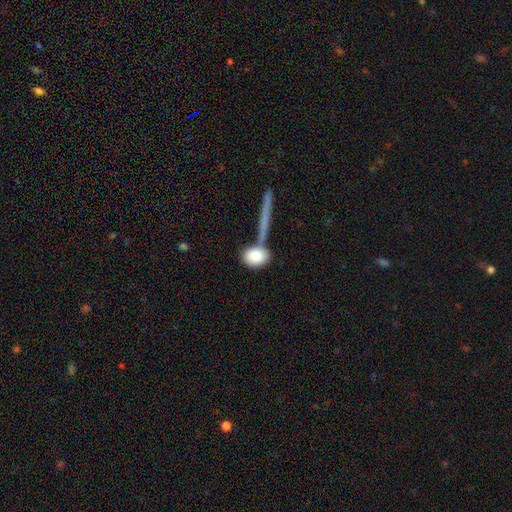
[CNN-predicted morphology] A smooth galaxy with no disk features (81%) that is in between round and cigar-shaped (62%). Merging: none (57%).